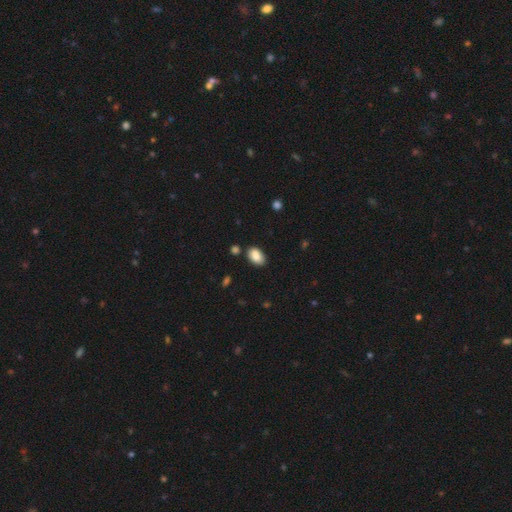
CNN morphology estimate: smooth_or_featured: smooth (p=0.88) [alt: star or artifact p=0.08]
how_rounded: in between (p=0.90) [alt: round p=0.09]
merging: none (p=0.79) [alt: minor disturbance p=0.14]